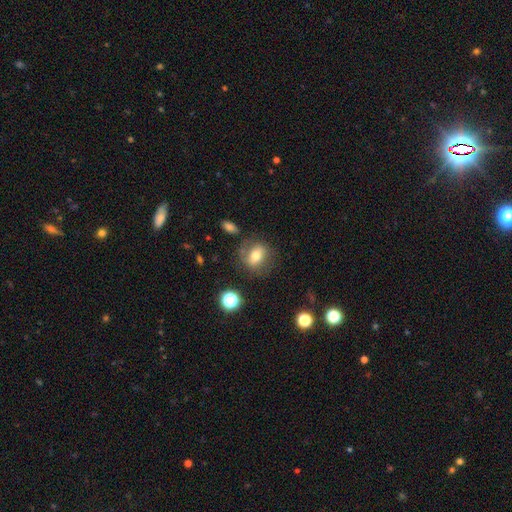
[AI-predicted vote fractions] Smooth or featured? Predicted: smooth (p=0.63). How rounded? Predicted: round (p=0.51). Merging? Predicted: none (p=0.67).